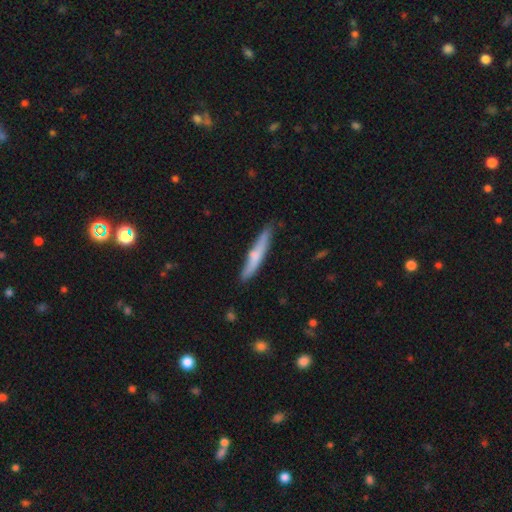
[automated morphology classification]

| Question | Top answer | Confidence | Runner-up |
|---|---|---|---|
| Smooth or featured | smooth | 60% | featured or disk (35%) |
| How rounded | cigar-shaped | 94% | in between (5%) |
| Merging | none | 79% | minor disturbance (16%) |